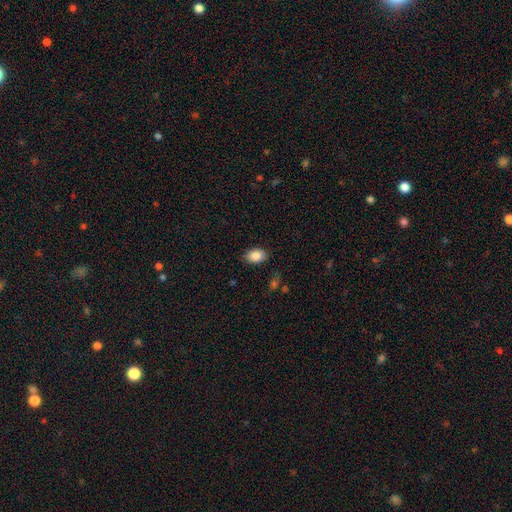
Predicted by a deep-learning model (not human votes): A smooth galaxy with no disk features (85%) that is in between round and cigar-shaped (83%).

Vote fractions:
- Smooth or featured? smooth: 85% / star or artifact: 8% / featured or disk: 7%
- How rounded? in between: 83% / round: 16% / cigar-shaped: 1%
- Merging? none: 82% / minor disturbance: 14% / major disturbance: 3% / merger: 1%